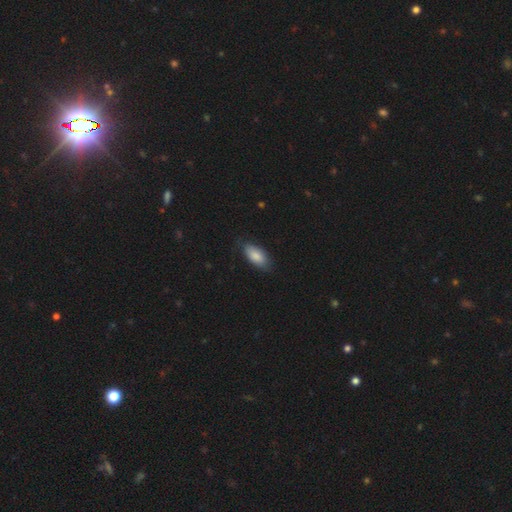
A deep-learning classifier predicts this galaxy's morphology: smooth_or_featured: smooth (p=0.86) [alt: featured or disk p=0.08]
how_rounded: in between (p=0.90) [alt: cigar-shaped p=0.07]
merging: none (p=0.78) [alt: minor disturbance p=0.18]